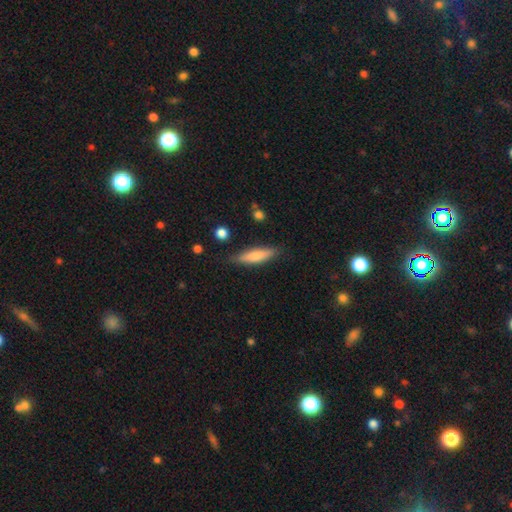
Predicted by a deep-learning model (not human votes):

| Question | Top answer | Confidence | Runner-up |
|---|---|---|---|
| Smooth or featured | smooth | 74% | featured or disk (20%) |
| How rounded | cigar-shaped | 74% | in between (24%) |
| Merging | none | 83% | minor disturbance (12%) |